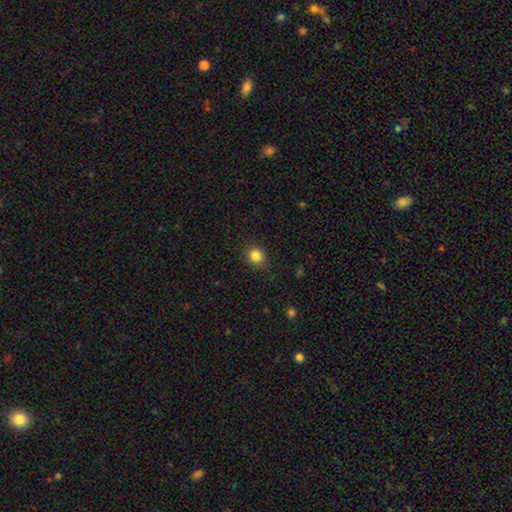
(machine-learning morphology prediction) Smooth or featured?
  - smooth: 85% *
  - star or artifact: 11%
  - featured or disk: 4%
How rounded?
  - round: 83% *
  - in between: 16%
  - cigar-shaped: 1%
Merging?
  - none: 88% *
  - minor disturbance: 9%
  - major disturbance: 2%
  - merger: 1%